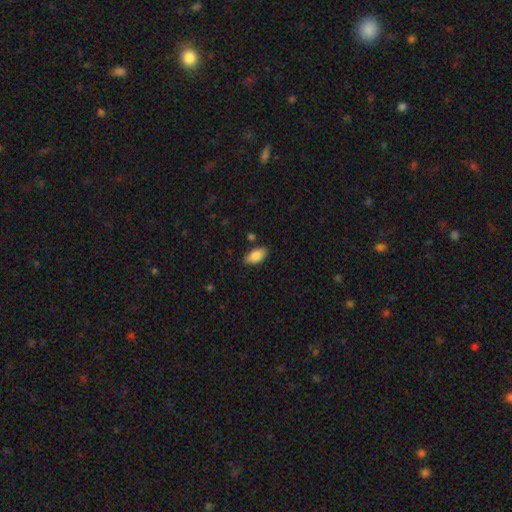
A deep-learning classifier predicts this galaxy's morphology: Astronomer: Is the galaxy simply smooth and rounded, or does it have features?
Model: smooth — 87%.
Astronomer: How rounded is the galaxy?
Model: in between — 93%.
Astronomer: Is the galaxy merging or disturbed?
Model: none — 84%.